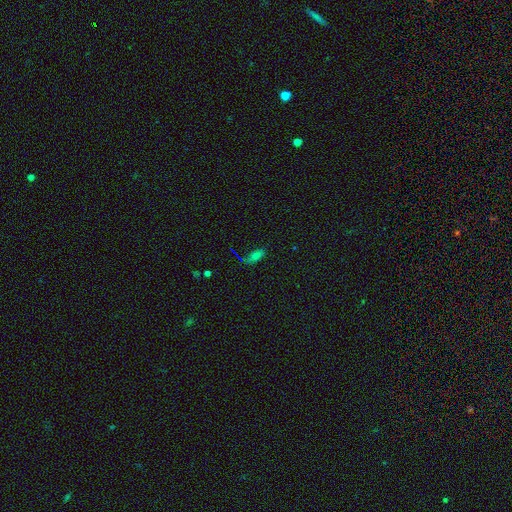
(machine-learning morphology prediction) This appears to be a smooth galaxy with no disk features (60%) that is in between round and cigar-shaped (76%). Merging: none (60%).